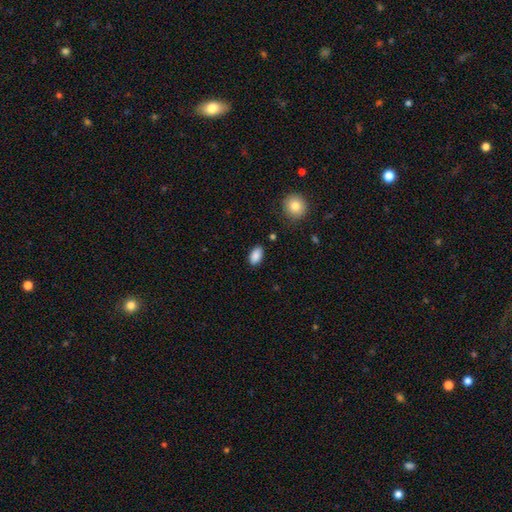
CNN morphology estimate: A smooth galaxy with no disk features (88%) that is in between round and cigar-shaped (92%).

Vote fractions:
- Smooth or featured? smooth: 88% / star or artifact: 8% / featured or disk: 4%
- How rounded? in between: 92% / round: 6% / cigar-shaped: 3%
- Merging? none: 85% / minor disturbance: 11% / major disturbance: 3% / merger: 2%